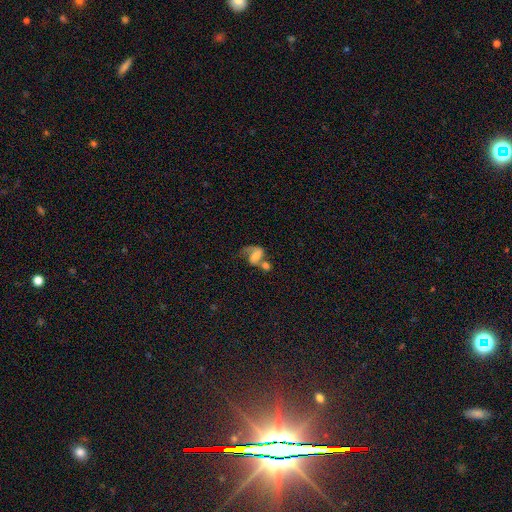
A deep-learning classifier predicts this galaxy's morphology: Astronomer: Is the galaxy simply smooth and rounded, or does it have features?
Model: featured or disk — 56% (runner-up: smooth, 34%).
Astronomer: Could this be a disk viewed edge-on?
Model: no — 97%.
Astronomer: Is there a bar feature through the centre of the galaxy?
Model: no — 49% (runner-up: weak, 36%).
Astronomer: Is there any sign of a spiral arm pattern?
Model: yes — 82%.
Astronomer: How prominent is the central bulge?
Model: moderate — 38% (runner-up: small, 30%).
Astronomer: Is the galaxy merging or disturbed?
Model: merger — 45% (runner-up: none, 22%).